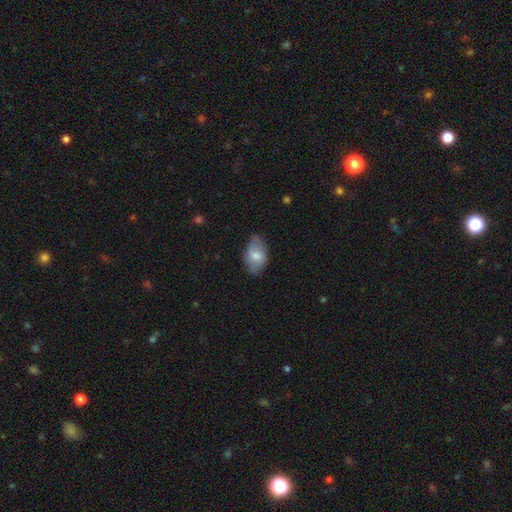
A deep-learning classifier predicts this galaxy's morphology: Smooth or featured? Predicted: smooth (p=0.69). How rounded? Predicted: in between (p=0.90). Merging? Predicted: none (p=0.66).